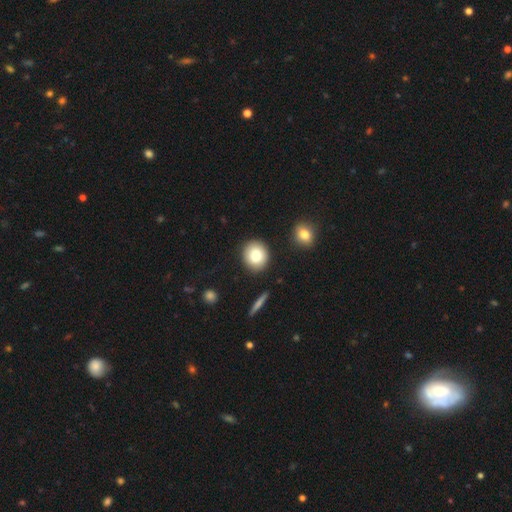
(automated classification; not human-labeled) The model was most divided on "how rounded": round: 79%, in between: 20%, cigar-shaped: 1%. More confident: merging — none (88%); smooth or featured — smooth (83%).